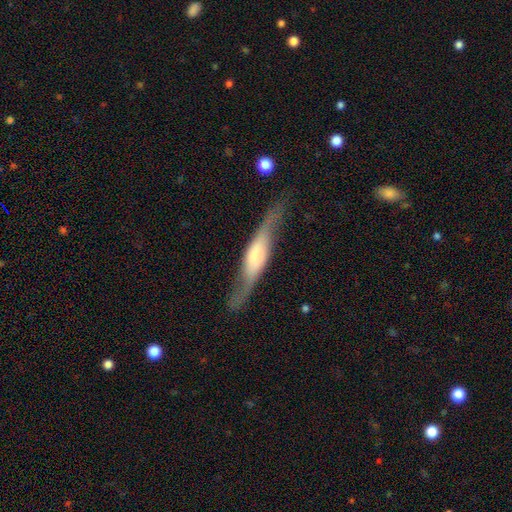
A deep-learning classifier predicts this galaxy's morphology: Q: Smooth or featured?
A: featured or disk (68%); runner-up: smooth (27%)
Q: Edge-on disk?
A: yes (69%); runner-up: no (31%)
Q: Merging?
A: none (71%); runner-up: minor disturbance (18%)